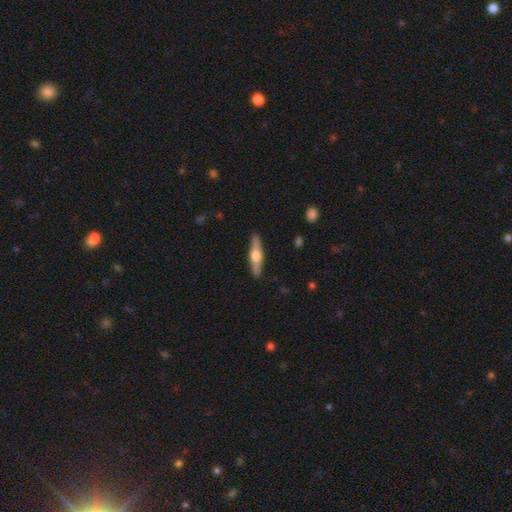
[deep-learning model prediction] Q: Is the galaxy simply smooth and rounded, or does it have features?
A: featured or disk — 57%.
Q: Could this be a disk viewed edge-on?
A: yes — 95%.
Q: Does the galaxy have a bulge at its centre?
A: rounded — 93%.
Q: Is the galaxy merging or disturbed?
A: none — 89%.